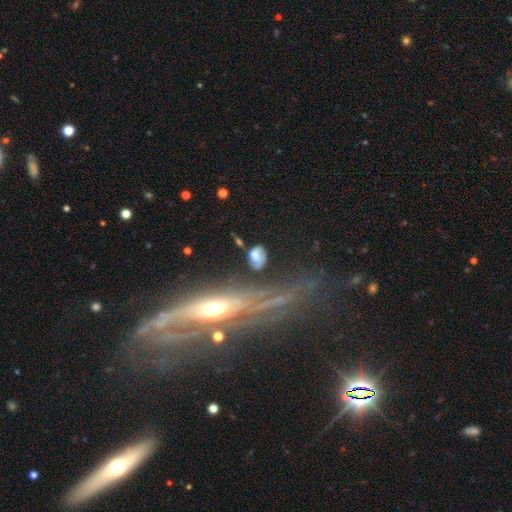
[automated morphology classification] Smooth or featured? Predicted: smooth (p=0.52). How rounded? Predicted: in between (p=0.76). Merging? Predicted: none (p=0.55).